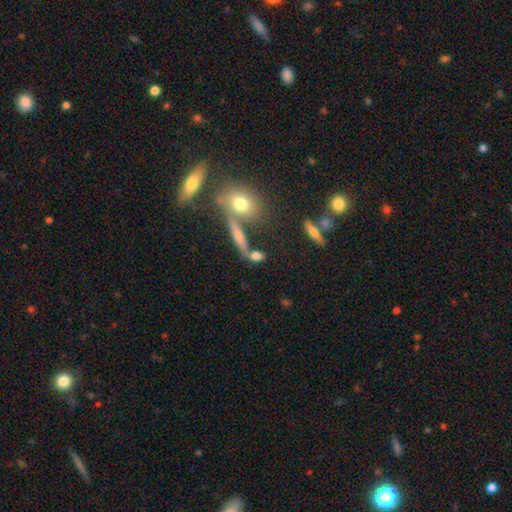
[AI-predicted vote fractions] Smooth or featured?
  - smooth: 70% *
  - featured or disk: 18%
  - star or artifact: 12%
How rounded?
  - in between: 54% *
  - cigar-shaped: 26%
  - round: 20%
Merging?
  - none: 50% *
  - merger: 29%
  - minor disturbance: 13%
  - major disturbance: 7%